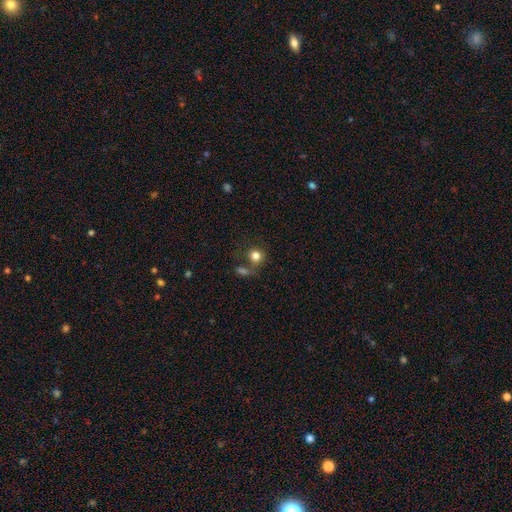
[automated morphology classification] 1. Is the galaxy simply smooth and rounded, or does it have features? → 81% smooth, 12% star or artifact, 8% featured or disk.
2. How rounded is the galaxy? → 83% round, 16% in between, 1% cigar-shaped.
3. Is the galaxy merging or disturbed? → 58% none, 21% merger, 13% minor disturbance, 8% major disturbance.